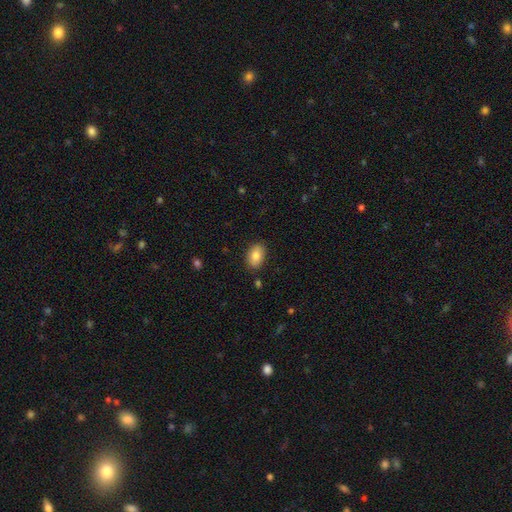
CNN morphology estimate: Q: Smooth or featured?
A: smooth (84%); runner-up: featured or disk (9%)
Q: How rounded?
A: in between (88%); runner-up: round (11%)
Q: Merging?
A: none (86%); runner-up: minor disturbance (10%)